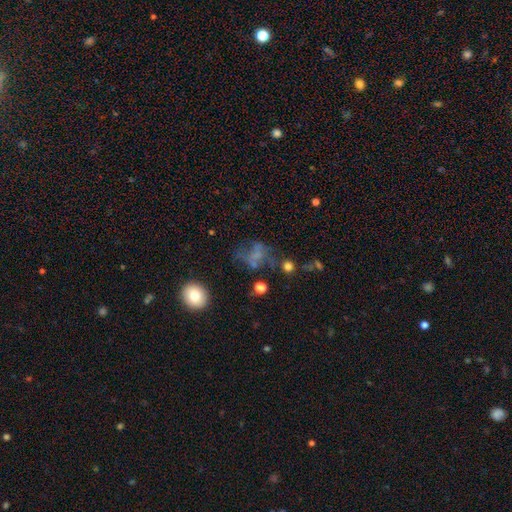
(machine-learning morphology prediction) smooth_or_featured: smooth (p=0.48) [alt: featured or disk p=0.30]
merging: none (p=0.40) [alt: major disturbance p=0.33]